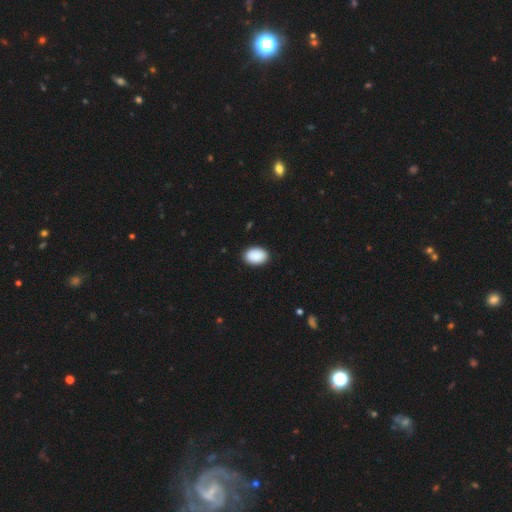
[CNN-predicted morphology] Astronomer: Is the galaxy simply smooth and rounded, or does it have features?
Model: smooth — 91%.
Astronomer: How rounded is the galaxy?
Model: in between — 88%.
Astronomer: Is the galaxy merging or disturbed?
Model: none — 90%.